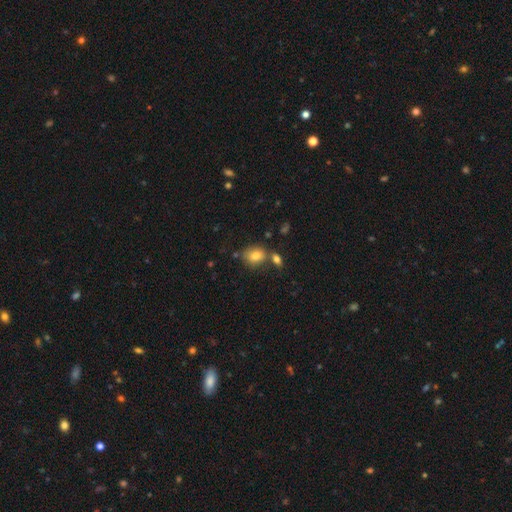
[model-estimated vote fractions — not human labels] A smooth galaxy with no disk features (80%) that is in between round and cigar-shaped (57%). Merging: none (61%).